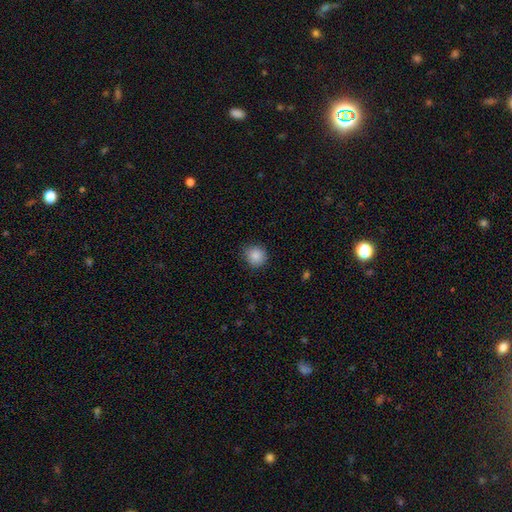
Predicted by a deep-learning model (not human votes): smooth_or_featured: smooth (p=0.87) [alt: star or artifact p=0.09]
how_rounded: round (p=0.88) [alt: in between p=0.11]
merging: none (p=0.84) [alt: minor disturbance p=0.12]